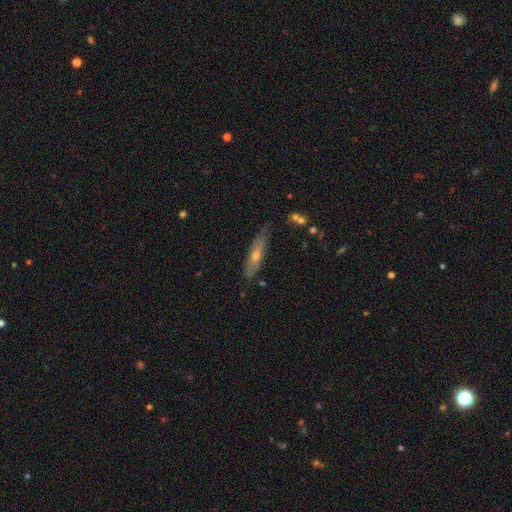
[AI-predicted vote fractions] Smooth or featured?
  - featured or disk: 48% *
  - smooth: 45%
  - star or artifact: 7%
Merging?
  - none: 75% *
  - minor disturbance: 19%
  - major disturbance: 4%
  - merger: 3%